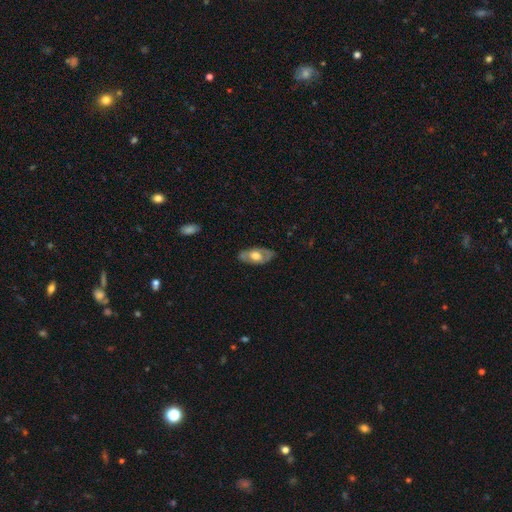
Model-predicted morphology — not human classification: This appears to be a featured or disk galaxy (53%). Merging: none (77%).